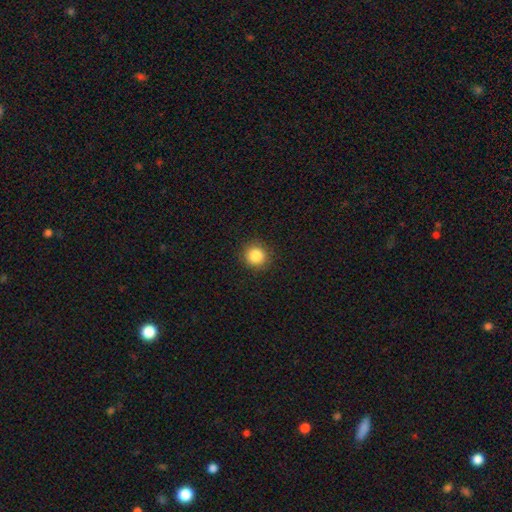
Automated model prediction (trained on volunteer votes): Smooth or featured?
  - smooth: 85% *
  - star or artifact: 10%
  - featured or disk: 4%
How rounded?
  - round: 94% *
  - in between: 5%
  - cigar-shaped: 1%
Merging?
  - none: 91% *
  - minor disturbance: 6%
  - major disturbance: 2%
  - merger: 1%